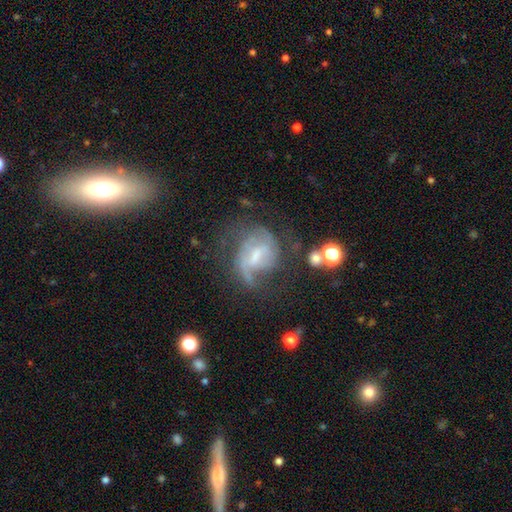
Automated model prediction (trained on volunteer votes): Q: Smooth or featured?
A: featured or disk (71%); runner-up: smooth (18%)
Q: Edge-on disk?
A: no (97%); runner-up: yes (3%)
Q: Bar?
A: weak (52%); runner-up: no (27%)
Q: Spiral arms?
A: yes (76%); runner-up: no (24%)
Q: Spiral winding?
A: medium (40%); runner-up: loose (31%)
Q: Spiral arm count?
A: 2 (33%); tied with: can't tell (33%)
Q: Bulge size?
A: small (42%); runner-up: moderate (33%)
Q: Merging?
A: none (41%); runner-up: major disturbance (32%)